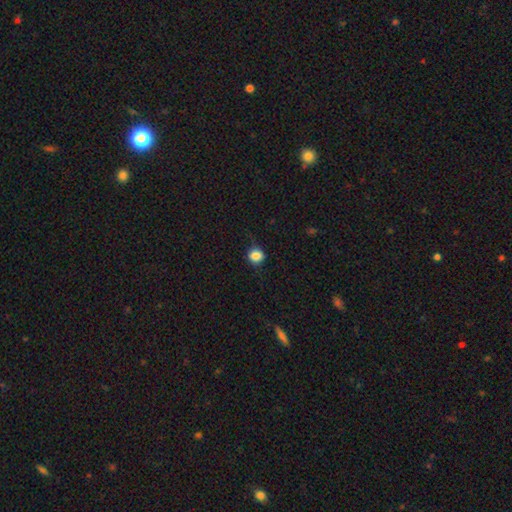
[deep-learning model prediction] smooth 82%, star or artifact 10%, featured or disk 7%. Down the decision tree: how rounded — round (75%); merging — none (68%).